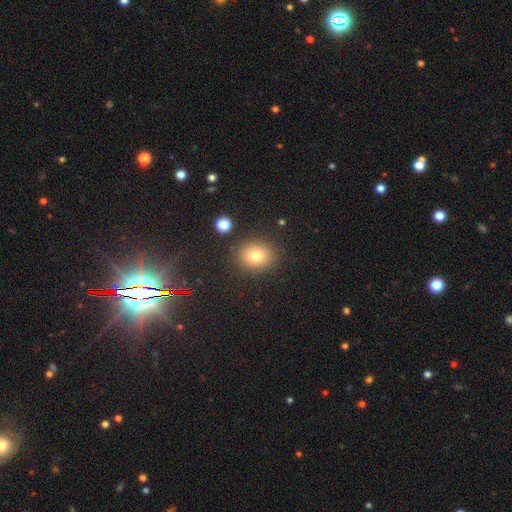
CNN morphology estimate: This is likely a smooth galaxy (77%). How rounded: likely round (68%). Merging: clearly none (86%).